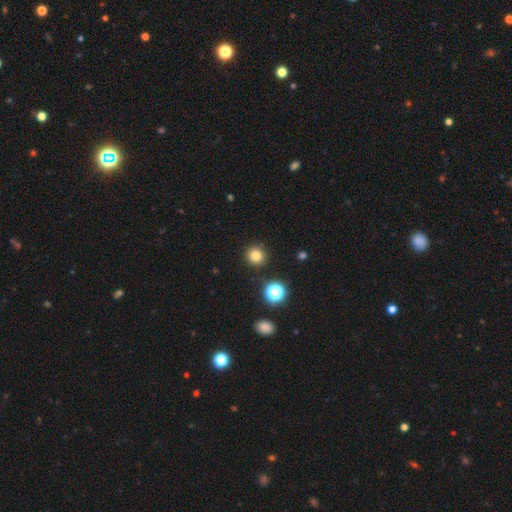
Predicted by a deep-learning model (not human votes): This is likely a smooth galaxy (80%). How rounded: clearly round (93%). Merging: clearly none (90%).